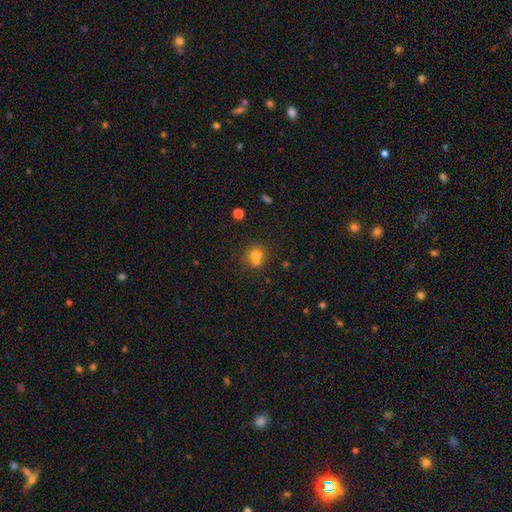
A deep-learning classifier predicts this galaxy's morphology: Smooth or featured: smooth — 73% (star or artifact — 15%)
How rounded: round — 77% (in between — 22%)
Merging: none — 43% (tied with merger — 43%)